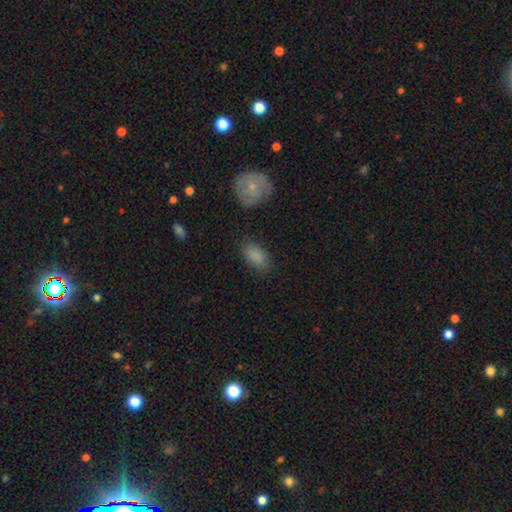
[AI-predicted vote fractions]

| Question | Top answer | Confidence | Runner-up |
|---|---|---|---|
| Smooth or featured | smooth | 86% | star or artifact (8%) |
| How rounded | in between | 91% | round (7%) |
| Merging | none | 80% | minor disturbance (14%) |